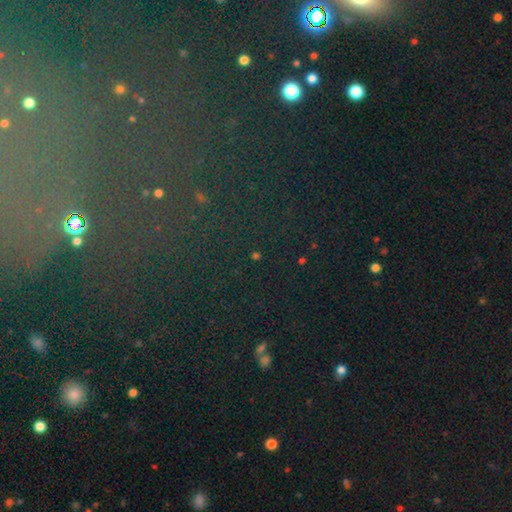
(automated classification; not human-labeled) The model was most divided on "smooth or featured": star or artifact: 70%, smooth: 21%, featured or disk: 9%.